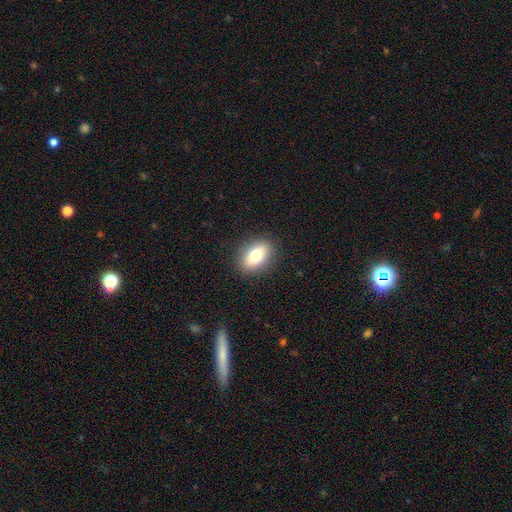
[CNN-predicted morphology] This appears to be a smooth galaxy with no disk features (77%) that is in between round and cigar-shaped (83%). Merging: none (89%).